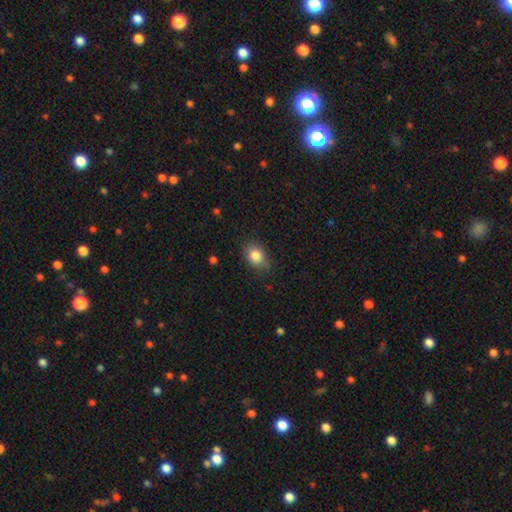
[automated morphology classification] Smooth or featured: smooth — 84% (star or artifact — 9%)
How rounded: in between — 74% (round — 24%)
Merging: none — 80% (minor disturbance — 15%)